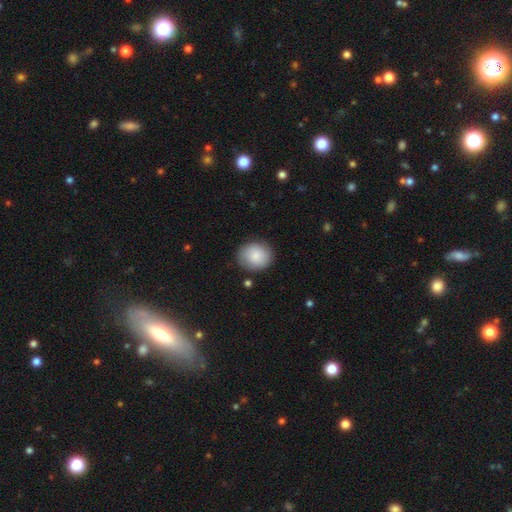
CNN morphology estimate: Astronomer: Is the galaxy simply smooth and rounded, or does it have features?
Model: smooth — 86%.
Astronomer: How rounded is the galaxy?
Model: round — 74%.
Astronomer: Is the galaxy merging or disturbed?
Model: none — 85%.